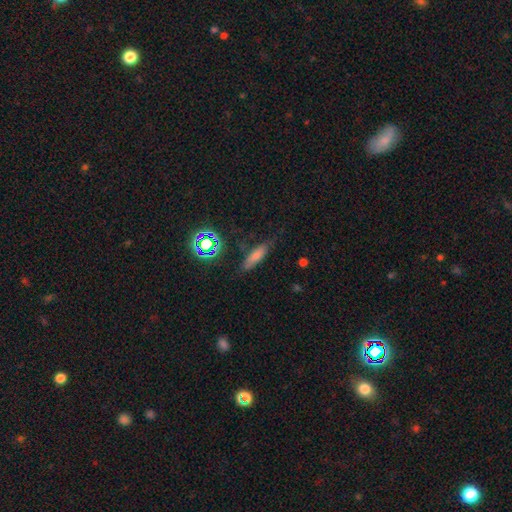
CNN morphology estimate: Smooth or featured: smooth — 69% (star or artifact — 16%)
How rounded: cigar-shaped — 58% (in between — 38%)
Merging: none — 73% (minor disturbance — 18%)